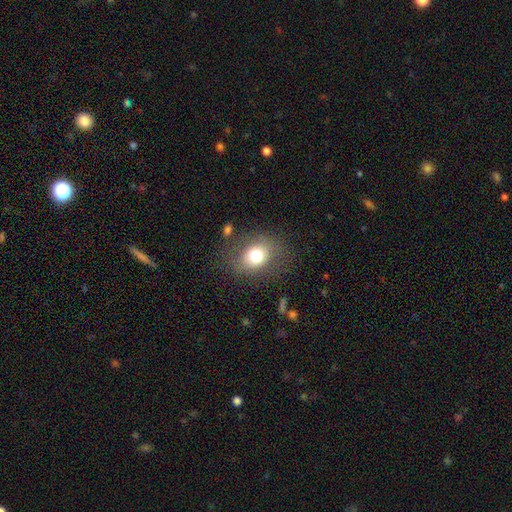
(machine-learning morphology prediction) The model was most divided on "how rounded": in between: 53%, round: 46%, cigar-shaped: 1%. More confident: merging — none (73%); smooth or featured — smooth (72%).